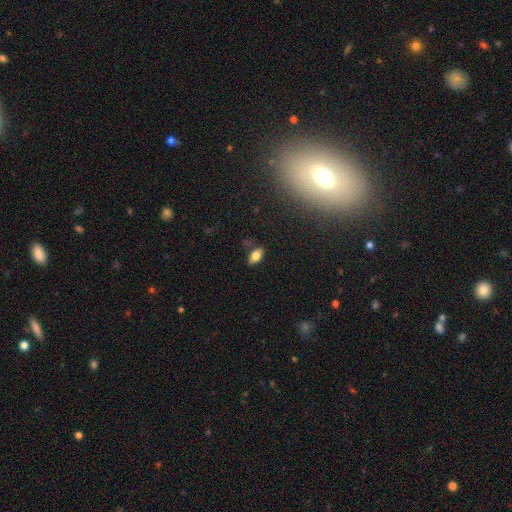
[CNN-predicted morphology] smooth 73%, featured or disk 17%, star or artifact 9%. Down the decision tree: how rounded — in between (88%); merging — none (81%).